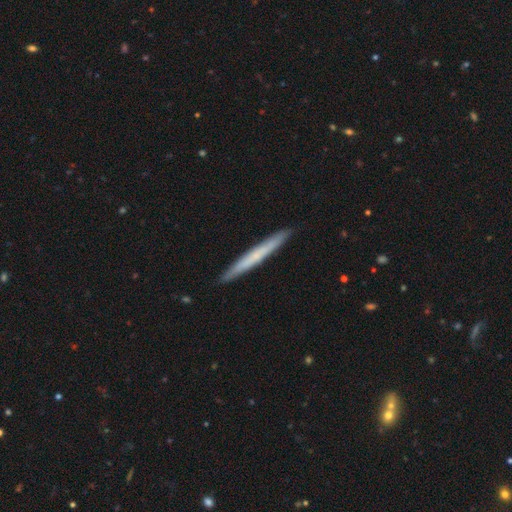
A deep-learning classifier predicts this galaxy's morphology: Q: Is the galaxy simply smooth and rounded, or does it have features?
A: smooth — 55%.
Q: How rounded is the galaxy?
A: cigar-shaped — 97%.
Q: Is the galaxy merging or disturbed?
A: none — 92%.